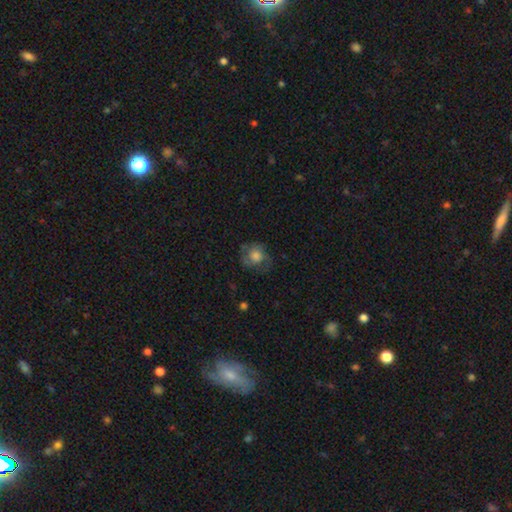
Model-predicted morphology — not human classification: smooth 53%, featured or disk 38%, star or artifact 9%. Down the decision tree: how rounded — round (79%); merging — none (61%).